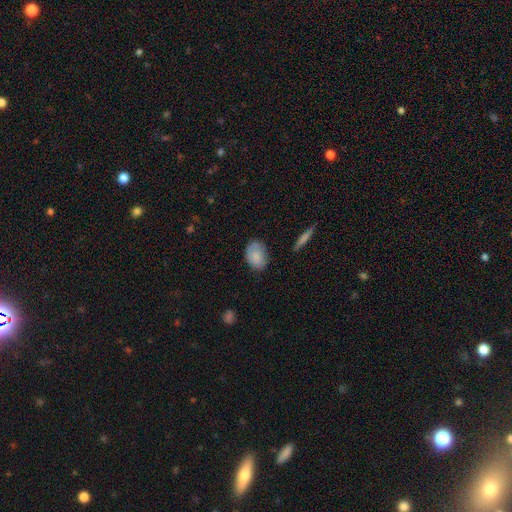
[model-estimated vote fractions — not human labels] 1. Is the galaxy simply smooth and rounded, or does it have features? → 84% smooth, 10% featured or disk, 7% star or artifact.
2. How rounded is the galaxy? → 85% in between, 13% round, 2% cigar-shaped.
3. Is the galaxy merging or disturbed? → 73% none, 21% minor disturbance, 4% major disturbance, 2% merger.